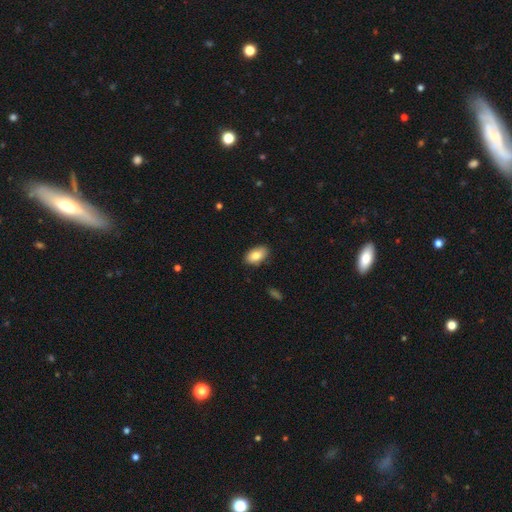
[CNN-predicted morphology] Smooth or featured? smooth (82%)
How rounded? in between (92%)
Merging? none (85%)